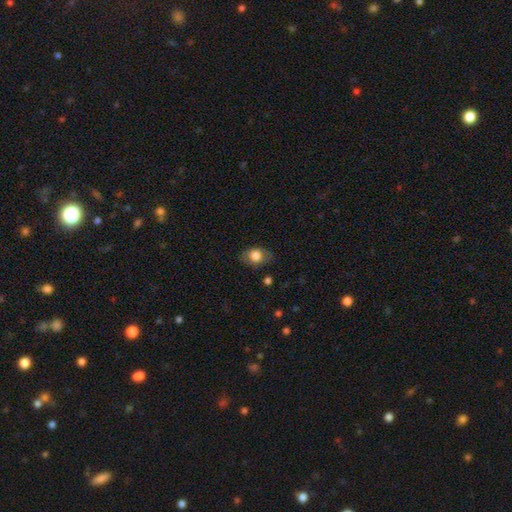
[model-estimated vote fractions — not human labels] Smooth or featured?
  - smooth: 75% *
  - featured or disk: 17%
  - star or artifact: 8%
How rounded?
  - in between: 76% *
  - round: 23%
  - cigar-shaped: 2%
Merging?
  - none: 77% *
  - minor disturbance: 17%
  - major disturbance: 5%
  - merger: 1%